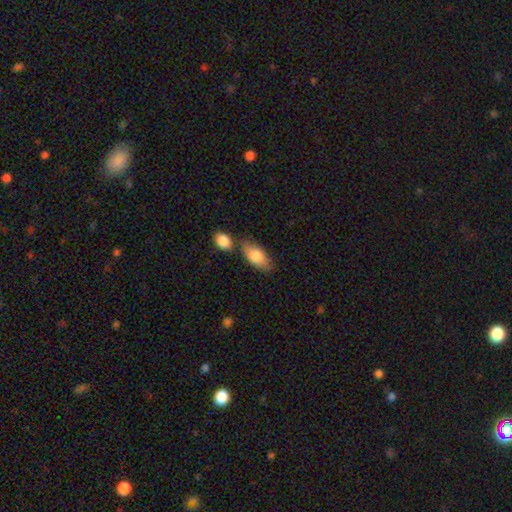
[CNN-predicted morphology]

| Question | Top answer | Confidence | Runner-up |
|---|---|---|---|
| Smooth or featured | smooth | 79% | featured or disk (15%) |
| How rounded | in between | 89% | cigar-shaped (7%) |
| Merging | none | 62% | merger (19%) |